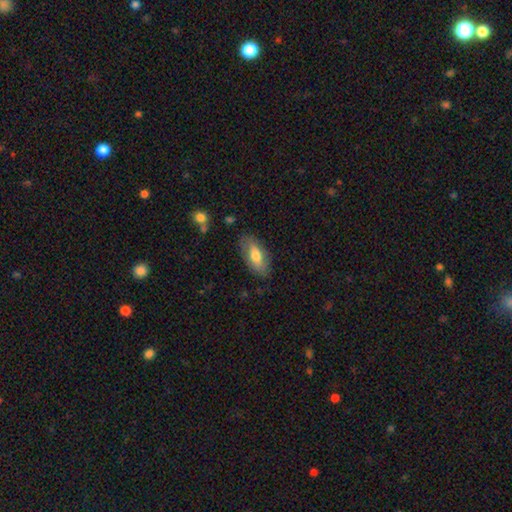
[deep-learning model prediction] Smooth or featured? smooth (66%)
How rounded? in between (87%)
Merging? none (80%)